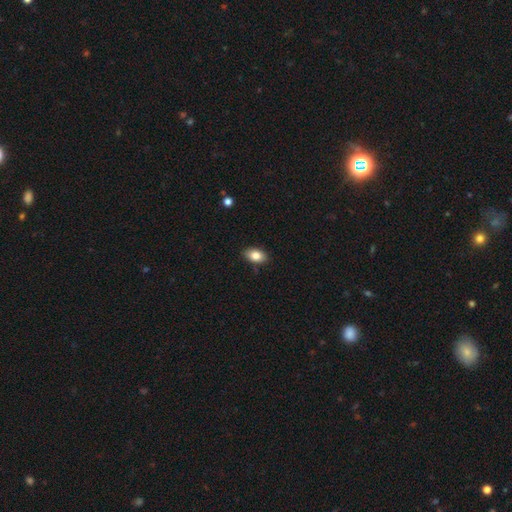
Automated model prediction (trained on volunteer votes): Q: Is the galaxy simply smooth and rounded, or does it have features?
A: smooth — 84%.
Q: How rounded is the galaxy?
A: in between — 89%.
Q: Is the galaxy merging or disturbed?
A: none — 87%.